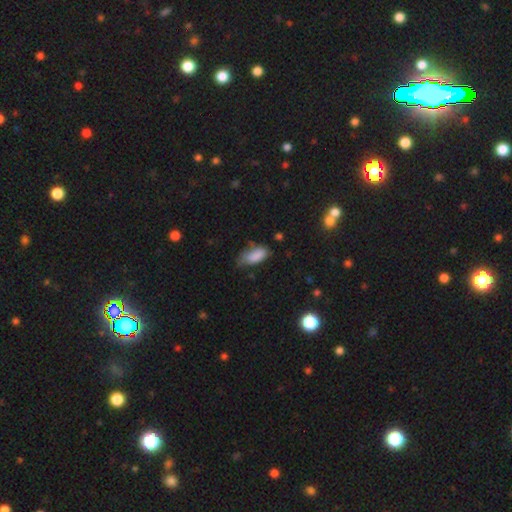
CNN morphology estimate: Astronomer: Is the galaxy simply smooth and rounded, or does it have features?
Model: smooth — 84%.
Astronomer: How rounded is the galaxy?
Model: in between — 86%.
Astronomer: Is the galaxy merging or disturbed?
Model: none — 51% (runner-up: minor disturbance, 37%).